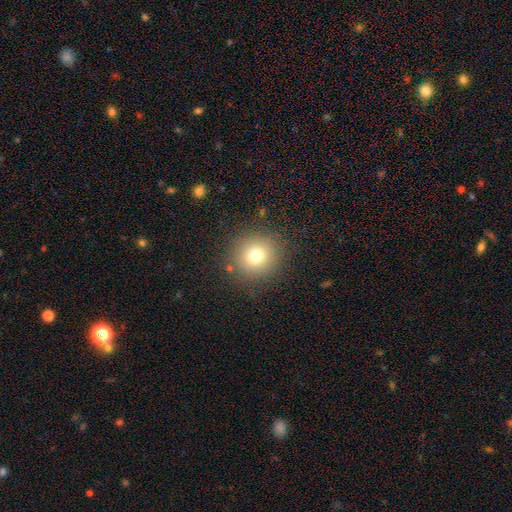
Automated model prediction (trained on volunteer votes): This is likely a smooth galaxy (75%). How rounded: clearly round (91%). Merging: clearly none (87%).